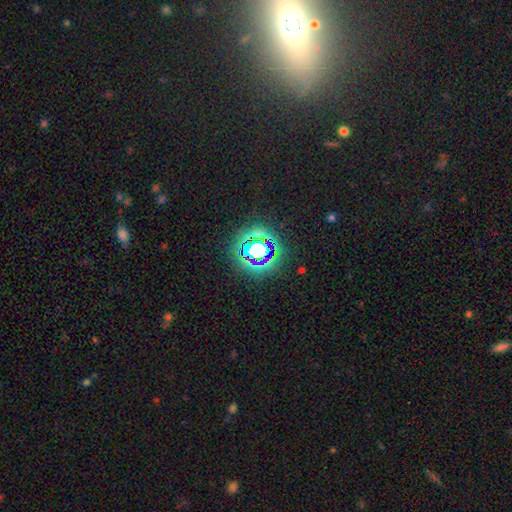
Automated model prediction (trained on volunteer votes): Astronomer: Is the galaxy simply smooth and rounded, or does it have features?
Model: star or artifact — 67%.